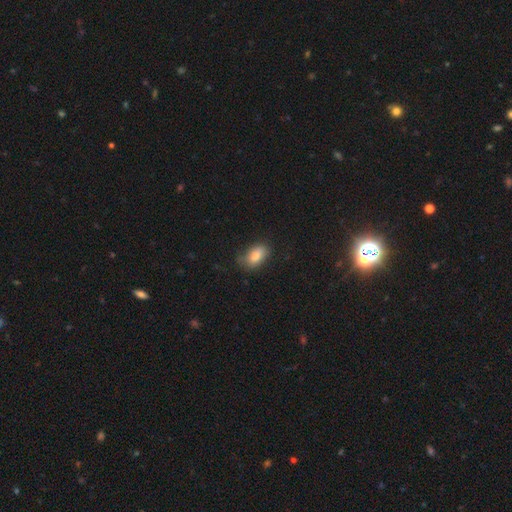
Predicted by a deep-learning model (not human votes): Overall: smooth (83%). How rounded: in between (89%). Merging: none (69%).